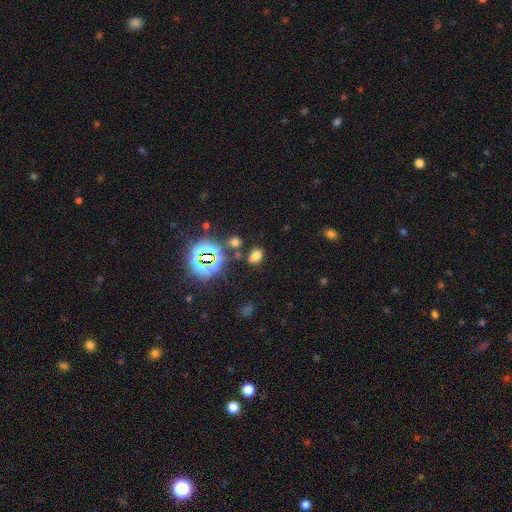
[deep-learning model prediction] This is likely a smooth galaxy (63%). How rounded: likely in between (70%). Merging: likely none (78%).